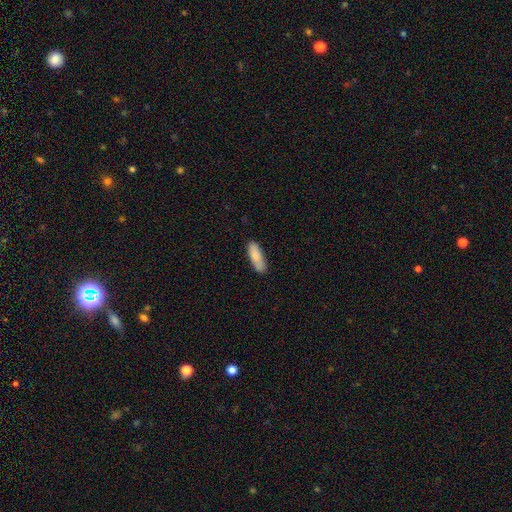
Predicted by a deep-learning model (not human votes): This is clearly a smooth galaxy (83%). How rounded: possibly in between (57%). Merging: likely none (80%).